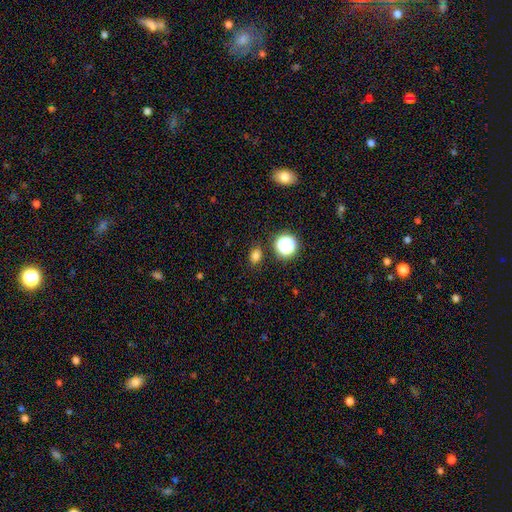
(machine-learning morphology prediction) Q: Smooth or featured?
A: smooth (76%); runner-up: star or artifact (19%)
Q: How rounded?
A: in between (61%); runner-up: round (38%)
Q: Merging?
A: none (83%); runner-up: minor disturbance (11%)